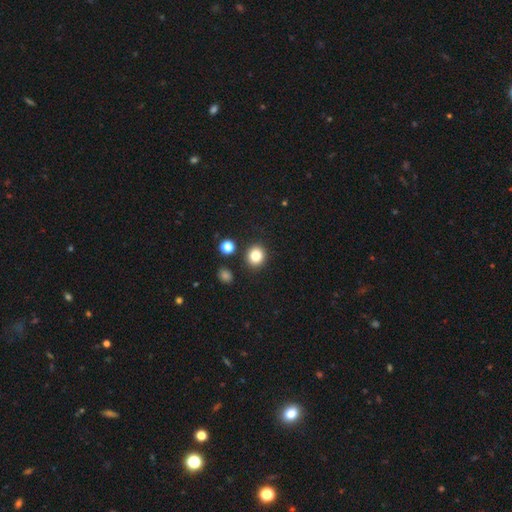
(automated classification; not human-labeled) smooth-or-featured: smooth: 82% | star or artifact: 12% | featured or disk: 7%
  how-rounded: round: 82% | in between: 17% | cigar-shaped: 1%
  merging: none: 87% | minor disturbance: 7% | merger: 4% | major disturbance: 2%